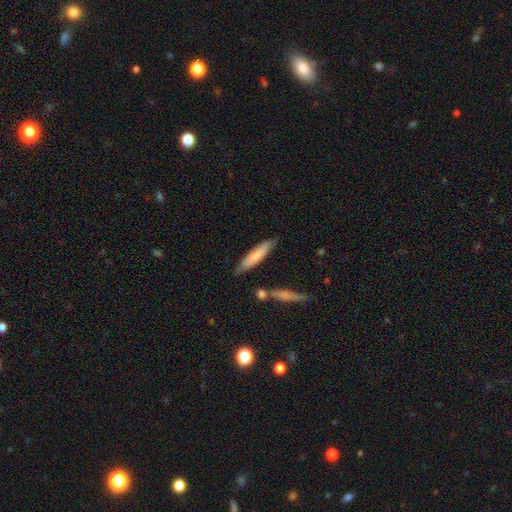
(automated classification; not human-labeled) smooth 71%, featured or disk 23%, star or artifact 6%. Down the decision tree: how rounded — cigar-shaped (78%); merging — none (76%).